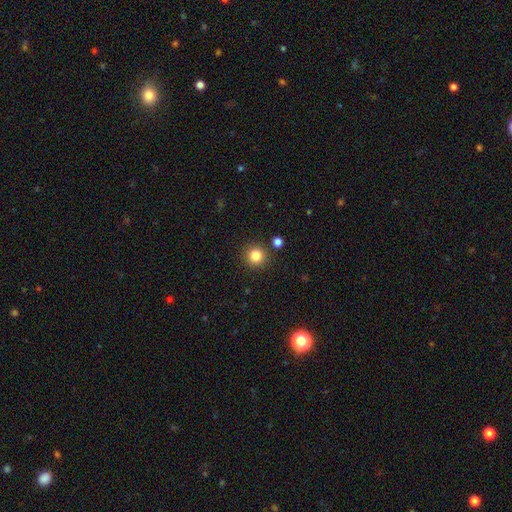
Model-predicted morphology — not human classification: Smooth or featured: smooth — 84% (star or artifact — 12%)
How rounded: round — 94% (in between — 5%)
Merging: none — 88% (minor disturbance — 6%)